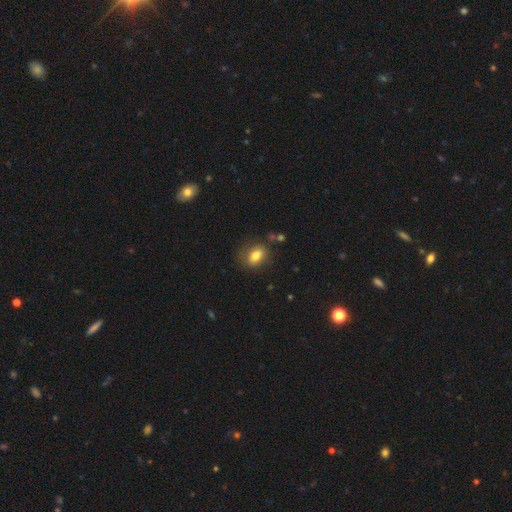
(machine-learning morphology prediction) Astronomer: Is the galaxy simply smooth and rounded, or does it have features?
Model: smooth — 76%.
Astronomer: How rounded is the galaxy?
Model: in between — 79%.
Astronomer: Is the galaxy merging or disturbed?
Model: none — 73%.